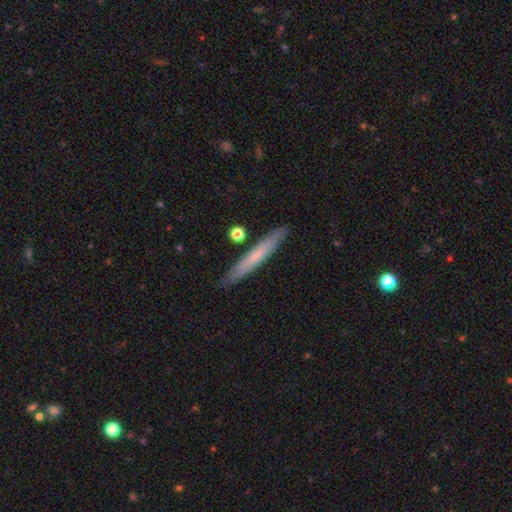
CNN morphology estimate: type=smooth (59%); roundness=cigar-shaped (95%); merging=none (87%).